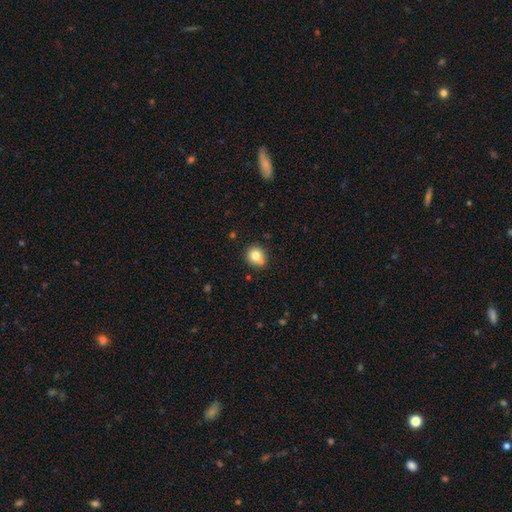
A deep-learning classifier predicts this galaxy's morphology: Smooth or featured? Predicted: smooth (p=0.78). How rounded? Predicted: round (p=0.82). Merging? Predicted: none (p=0.68).